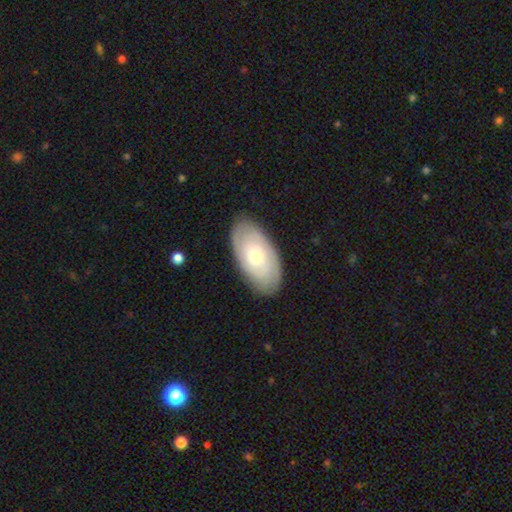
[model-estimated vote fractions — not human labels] smooth-or-featured: featured or disk: 52% | smooth: 42% | star or artifact: 6%
  disk-edge-on: no: 92% | yes: 8%
  merging: none: 84% | minor disturbance: 12% | major disturbance: 3% | merger: 1%